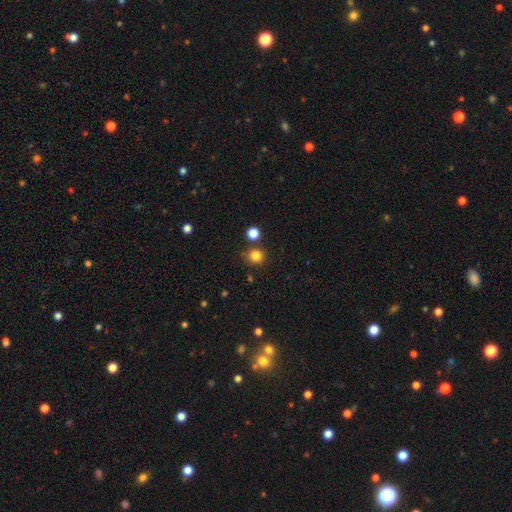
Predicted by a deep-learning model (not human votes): smooth-or-featured: smooth: 83% | star or artifact: 13% | featured or disk: 4%
  how-rounded: round: 90% | in between: 9% | cigar-shaped: 1%
  merging: none: 80% | merger: 9% | minor disturbance: 8% | major disturbance: 3%